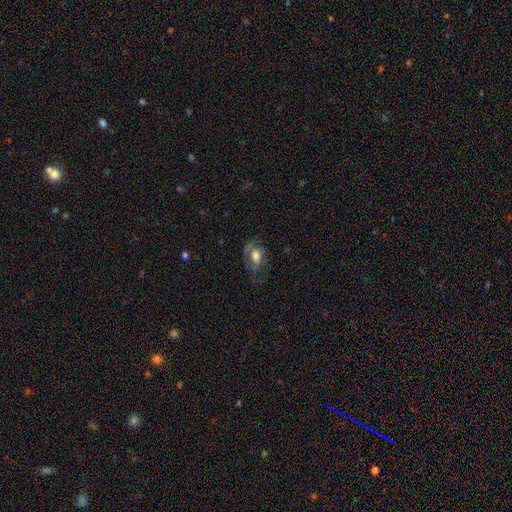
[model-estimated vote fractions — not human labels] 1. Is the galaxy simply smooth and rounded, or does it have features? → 47% smooth, 43% featured or disk, 11% star or artifact.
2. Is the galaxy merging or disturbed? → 51% none, 24% major disturbance, 23% minor disturbance, 2% merger.